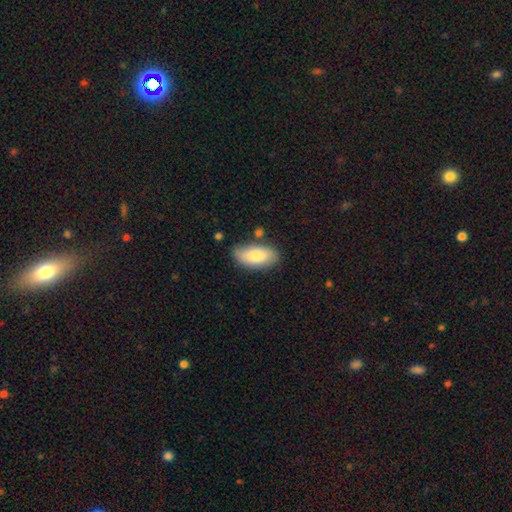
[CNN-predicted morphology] This is likely a smooth galaxy (79%). How rounded: clearly in between (91%). Merging: likely none (77%).